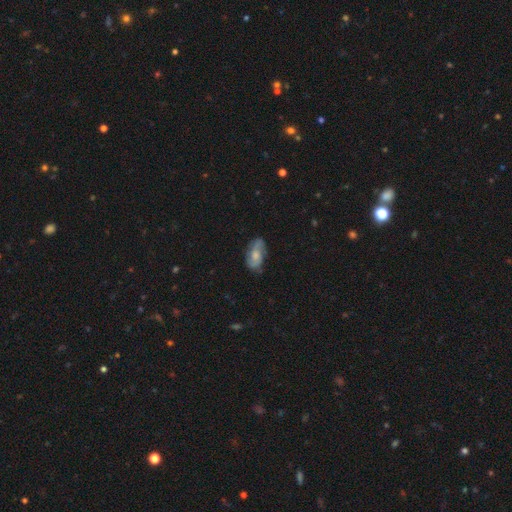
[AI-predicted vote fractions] Smooth or featured? featured or disk (59%)
Edge-on disk? no (94%)
Bar? no (63%)
Spiral arms? yes (86%)
Bulge size? moderate (47%)
Merging? none (71%)